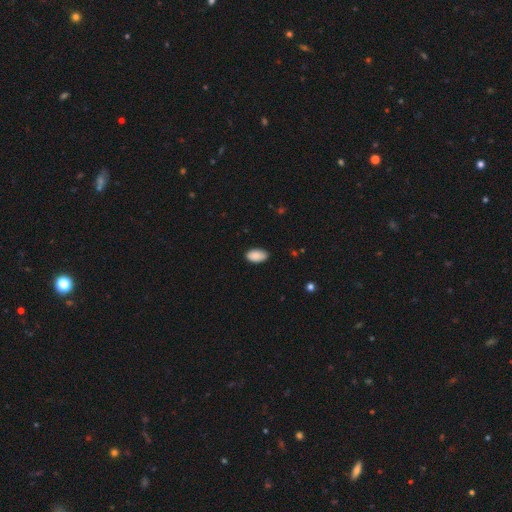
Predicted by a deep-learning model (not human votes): A smooth galaxy with no disk features (90%) that is in between round and cigar-shaped (94%).

Vote fractions:
- Smooth or featured? smooth: 90% / star or artifact: 7% / featured or disk: 3%
- How rounded? in between: 94% / round: 4% / cigar-shaped: 2%
- Merging? none: 83% / minor disturbance: 14% / major disturbance: 2% / merger: 1%